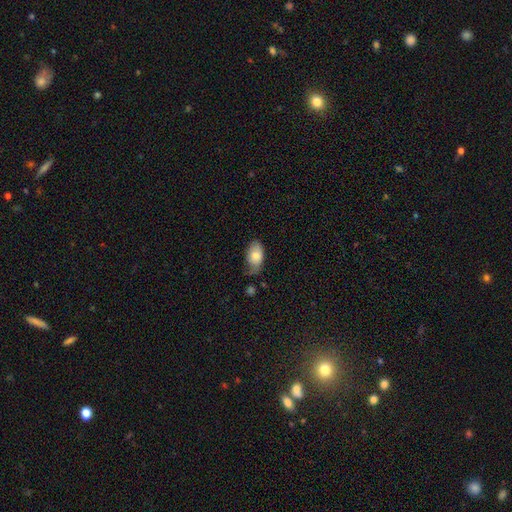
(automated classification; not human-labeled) Q: Smooth or featured?
A: smooth (78%); runner-up: featured or disk (15%)
Q: How rounded?
A: in between (92%); runner-up: round (6%)
Q: Merging?
A: none (44%); runner-up: minor disturbance (38%)